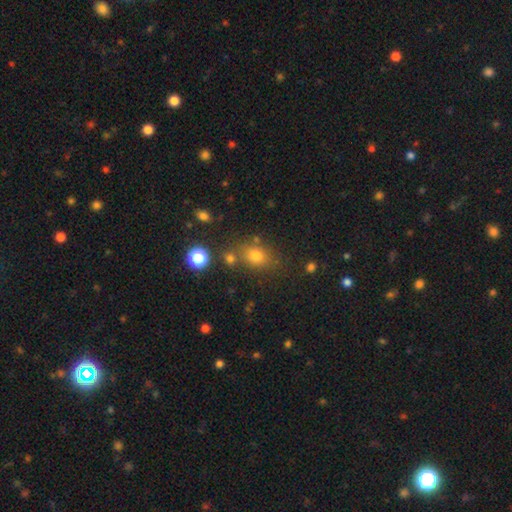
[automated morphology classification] The model was most divided on "how rounded": in between: 52%, round: 46%, cigar-shaped: 2%. More confident: smooth or featured — smooth (74%); merging — none (70%).